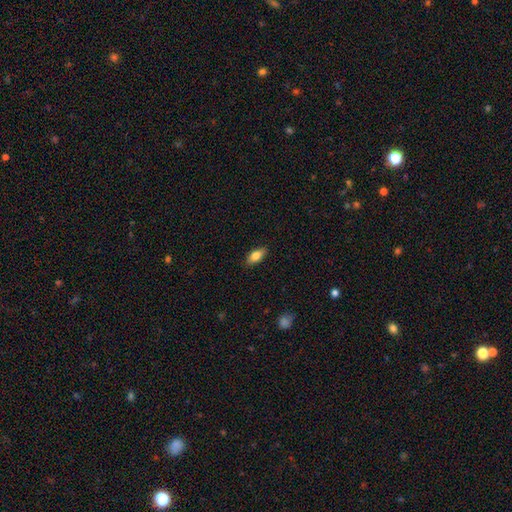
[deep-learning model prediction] Smooth or featured?
  - smooth: 78% *
  - featured or disk: 15%
  - star or artifact: 7%
How rounded?
  - in between: 84% *
  - cigar-shaped: 12%
  - round: 4%
Merging?
  - none: 87% *
  - minor disturbance: 10%
  - major disturbance: 2%
  - merger: 1%